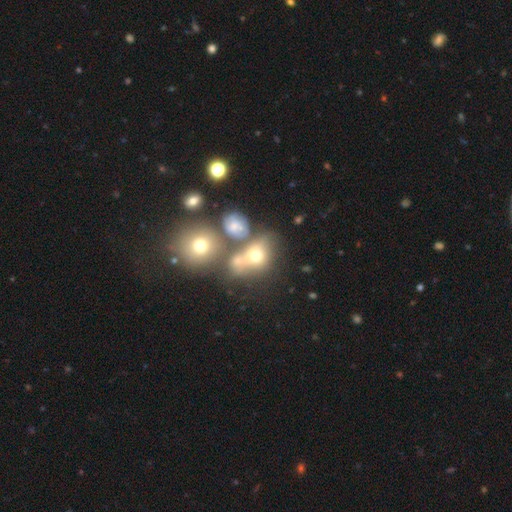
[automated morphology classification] Smooth or featured?
  - smooth: 60% *
  - featured or disk: 22%
  - star or artifact: 19%
How rounded?
  - round: 53% *
  - in between: 45%
  - cigar-shaped: 2%
Merging?
  - merger: 44% *
  - none: 34%
  - minor disturbance: 12%
  - major disturbance: 10%